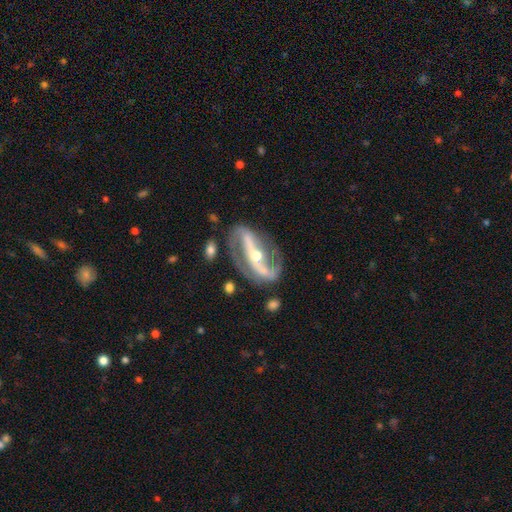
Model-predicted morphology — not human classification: The model was most divided on "spiral winding": medium: 42%, loose: 36%, tight: 22%. More confident: edge-on disk — no (90%); spiral arms — yes (89%); spiral arm count — 2 (89%); smooth or featured — featured or disk (88%); bar — strong (71%); merging — none (70%); bulge size — moderate (51%).